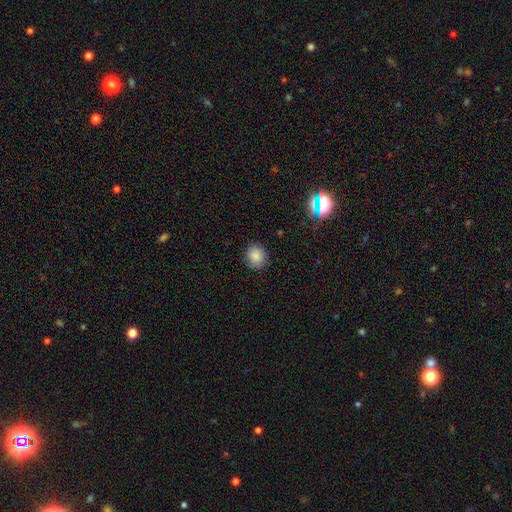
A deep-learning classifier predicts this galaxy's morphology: Smooth or featured?
  - smooth: 84% *
  - star or artifact: 12%
  - featured or disk: 4%
How rounded?
  - round: 80% *
  - in between: 19%
  - cigar-shaped: 1%
Merging?
  - none: 88% *
  - minor disturbance: 9%
  - major disturbance: 3%
  - merger: 1%